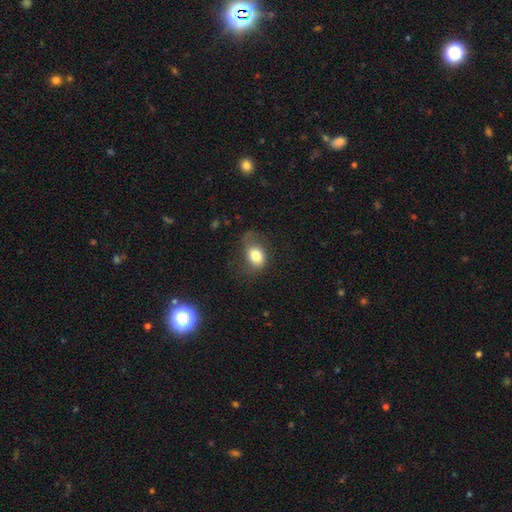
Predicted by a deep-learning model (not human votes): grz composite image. It shows a smooth galaxy with no disk features (75%) that is in between round and cigar-shaped (68%). Merging: none (45%).